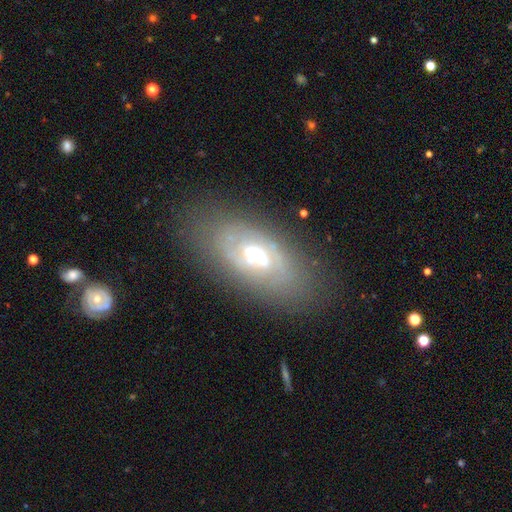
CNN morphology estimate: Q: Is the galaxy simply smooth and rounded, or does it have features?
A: featured or disk — 65%.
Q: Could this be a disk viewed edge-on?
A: no — 86%.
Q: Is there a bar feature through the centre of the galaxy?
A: no — 50%.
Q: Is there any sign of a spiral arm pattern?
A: no — 55%.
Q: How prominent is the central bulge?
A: moderate — 69%.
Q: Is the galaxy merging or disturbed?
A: none — 79%.